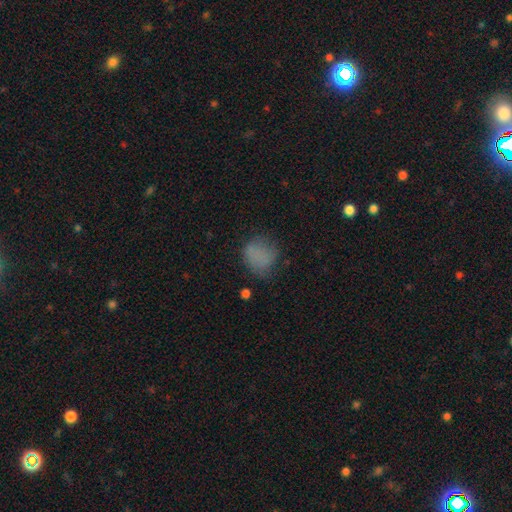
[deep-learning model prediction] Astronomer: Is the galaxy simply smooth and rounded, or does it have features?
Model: smooth — 74%.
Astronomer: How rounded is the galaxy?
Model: round — 71%.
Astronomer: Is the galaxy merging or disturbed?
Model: none — 63%.